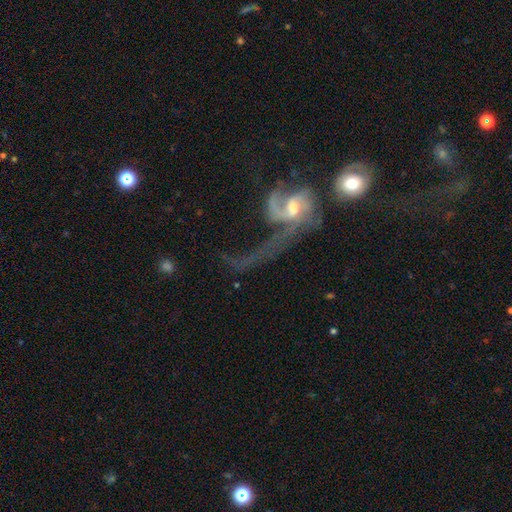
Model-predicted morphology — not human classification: Q: Smooth or featured?
A: featured or disk (67%); runner-up: smooth (18%)
Q: Edge-on disk?
A: no (94%); runner-up: yes (6%)
Q: Bar?
A: no (67%); runner-up: weak (24%)
Q: Spiral arms?
A: yes (74%); runner-up: no (26%)
Q: Bulge size?
A: moderate (48%); runner-up: small (32%)
Q: Merging?
A: merger (36%); tied with: major disturbance (36%)